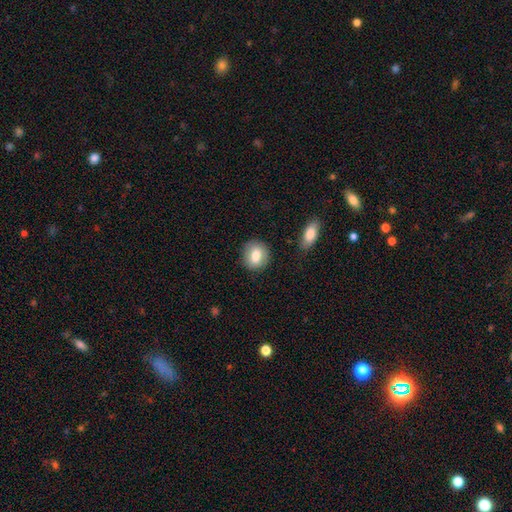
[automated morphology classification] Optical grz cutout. It shows a smooth galaxy with no disk features (81%) that is round (63%). Merging: none (84%).